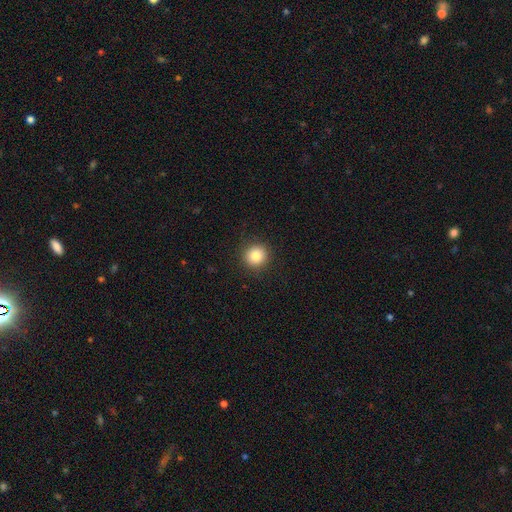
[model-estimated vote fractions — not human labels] Smooth or featured? Predicted: smooth (p=0.83). How rounded? Predicted: round (p=0.93). Merging? Predicted: none (p=0.91).